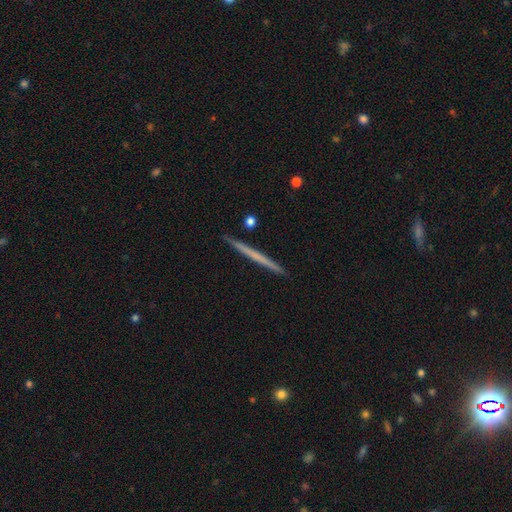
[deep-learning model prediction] smooth_or_featured: featured or disk (p=0.49) [alt: smooth p=0.46]
merging: none (p=0.92) [alt: minor disturbance p=0.05]